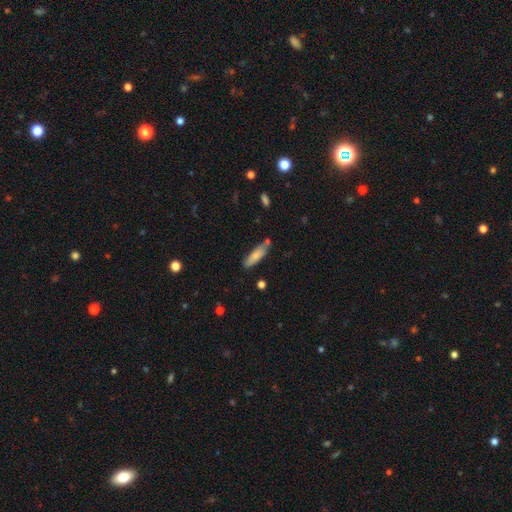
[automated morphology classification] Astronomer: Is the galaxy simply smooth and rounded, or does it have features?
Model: smooth — 75%.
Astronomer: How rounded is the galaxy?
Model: cigar-shaped — 68%.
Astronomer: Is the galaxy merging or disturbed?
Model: none — 70%.